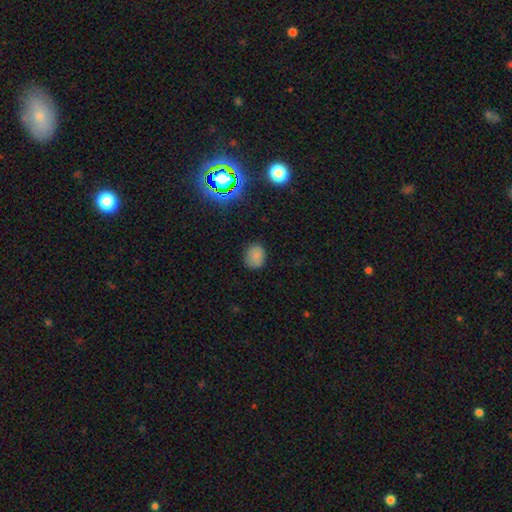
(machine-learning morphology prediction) smooth-or-featured: smooth: 78% | star or artifact: 15% | featured or disk: 6%
  how-rounded: round: 62% | in between: 37% | cigar-shaped: 1%
  merging: none: 80% | minor disturbance: 15% | major disturbance: 3% | merger: 1%